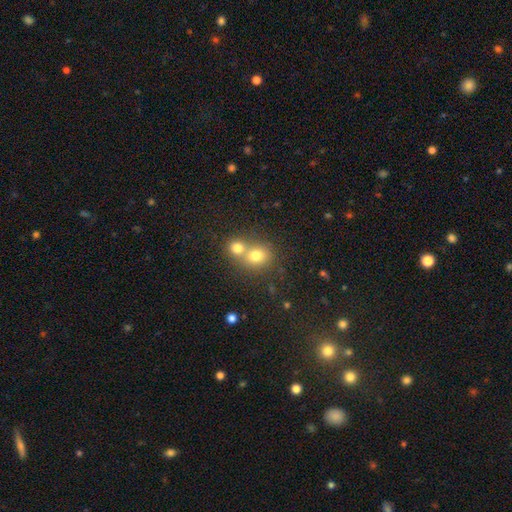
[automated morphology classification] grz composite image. It shows a smooth galaxy with no disk features (75%) that is round (77%). Merging: merger (55%).